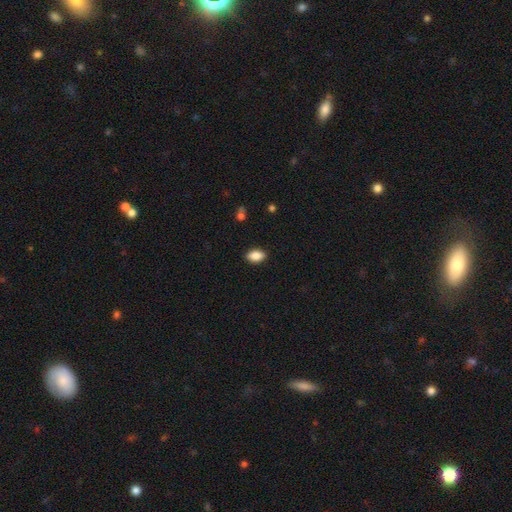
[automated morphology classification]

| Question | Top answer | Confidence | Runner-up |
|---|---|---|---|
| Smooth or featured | smooth | 88% | star or artifact (8%) |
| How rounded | in between | 89% | round (10%) |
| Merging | none | 89% | minor disturbance (8%) |